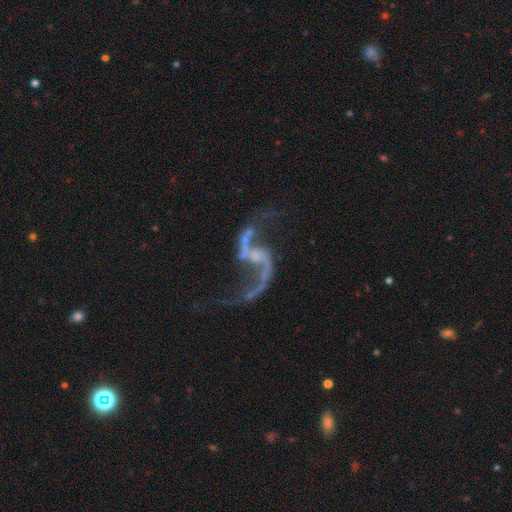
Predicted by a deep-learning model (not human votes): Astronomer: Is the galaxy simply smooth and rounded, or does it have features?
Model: featured or disk — 92%.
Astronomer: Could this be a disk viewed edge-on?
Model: no — 98%.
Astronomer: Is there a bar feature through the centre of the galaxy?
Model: weak — 43% (runner-up: no, 40%).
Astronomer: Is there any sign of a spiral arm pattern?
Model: yes — 97%.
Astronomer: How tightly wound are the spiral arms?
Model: loose — 89%.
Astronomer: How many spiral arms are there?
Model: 2 — 94%.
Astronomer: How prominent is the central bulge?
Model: small — 51% (runner-up: none, 34%).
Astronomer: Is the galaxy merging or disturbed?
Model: none — 61%.